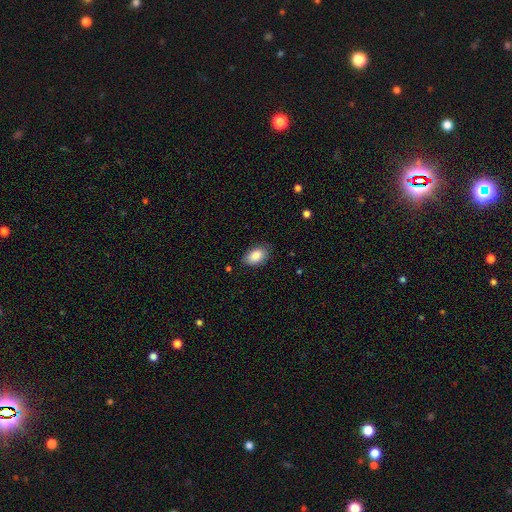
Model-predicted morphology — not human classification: Smooth or featured? Predicted: smooth (p=0.87). How rounded? Predicted: in between (p=0.90). Merging? Predicted: none (p=0.79).